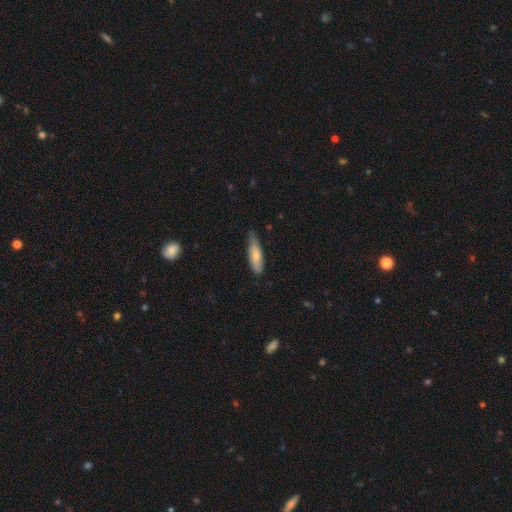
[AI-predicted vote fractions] This is likely a smooth galaxy (71%). How rounded: likely cigar-shaped (62%). Merging: likely none (62%).